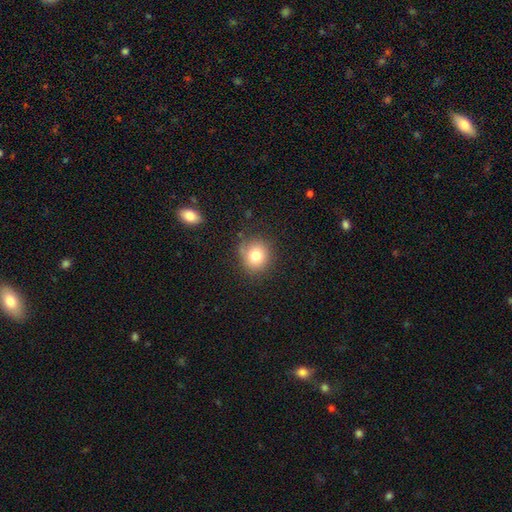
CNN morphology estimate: Overall: smooth (80%). How rounded: round (84%). Merging: none (77%).